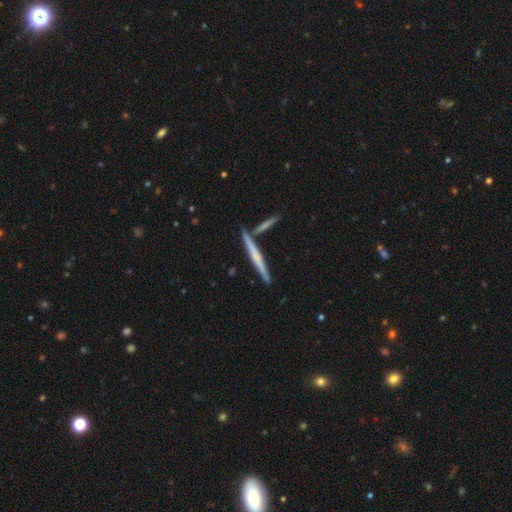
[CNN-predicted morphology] A featured or disk galaxy (54%) viewed edge-on (97%) with no central bulge (57%). Merging: none (80%).